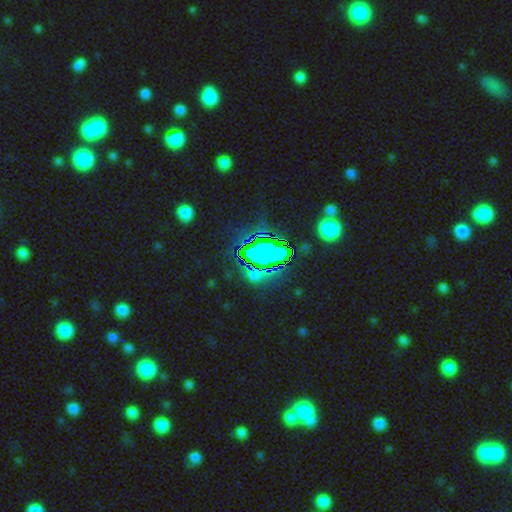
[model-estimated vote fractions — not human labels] This is likely a star or artifact rather than a galaxy (69%).